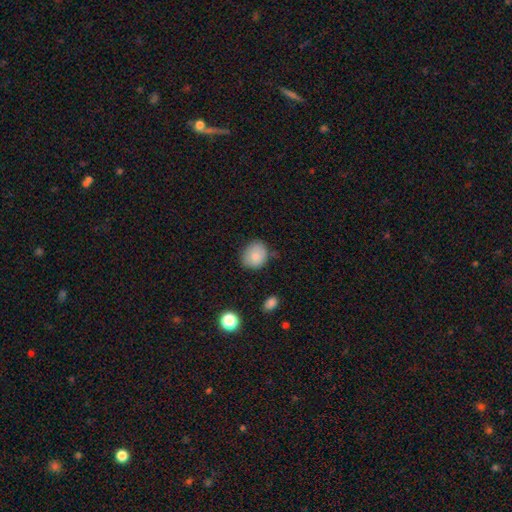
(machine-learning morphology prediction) The model was most divided on "how rounded": round: 60%, in between: 39%, cigar-shaped: 1%. More confident: smooth or featured — smooth (85%); merging — none (72%).